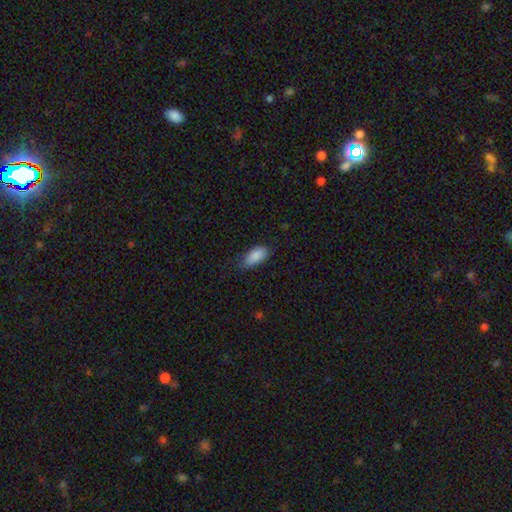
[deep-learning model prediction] Smooth or featured?
  - smooth: 88% *
  - star or artifact: 7%
  - featured or disk: 5%
How rounded?
  - in between: 91% *
  - cigar-shaped: 6%
  - round: 3%
Merging?
  - none: 68% *
  - minor disturbance: 25%
  - major disturbance: 5%
  - merger: 1%